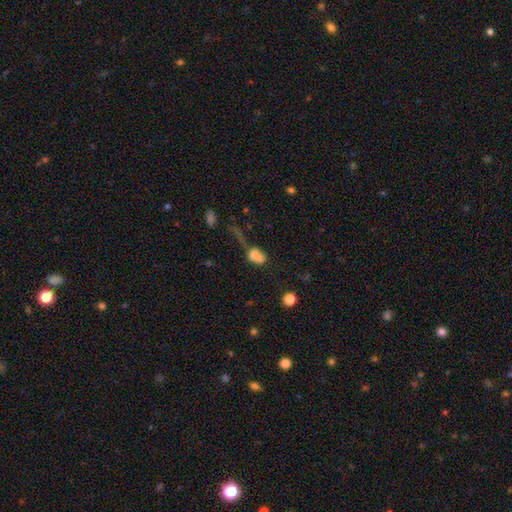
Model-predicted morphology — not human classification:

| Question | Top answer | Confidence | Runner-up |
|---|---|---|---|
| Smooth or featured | smooth | 70% | featured or disk (15%) |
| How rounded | in between | 72% | round (25%) |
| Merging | merger | 30% | major disturbance (26%) |